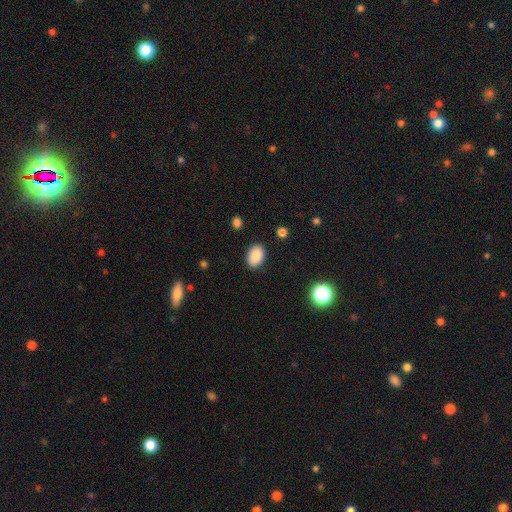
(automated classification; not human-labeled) Smooth or featured?
  - smooth: 88% *
  - star or artifact: 8%
  - featured or disk: 4%
How rounded?
  - in between: 86% *
  - round: 13%
  - cigar-shaped: 1%
Merging?
  - none: 88% *
  - minor disturbance: 9%
  - major disturbance: 2%
  - merger: 1%